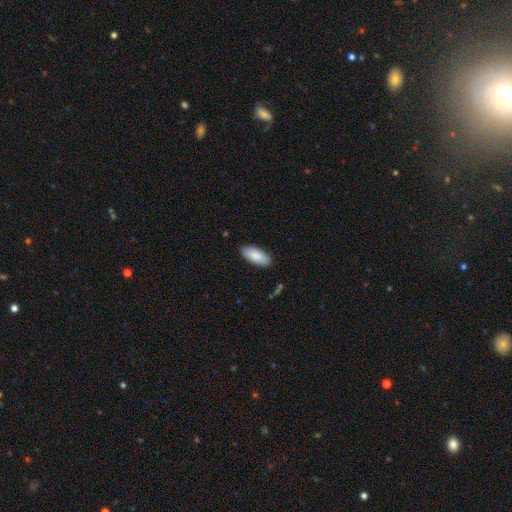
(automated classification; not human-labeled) Smooth or featured? smooth (88%)
How rounded? in between (86%)
Merging? none (88%)